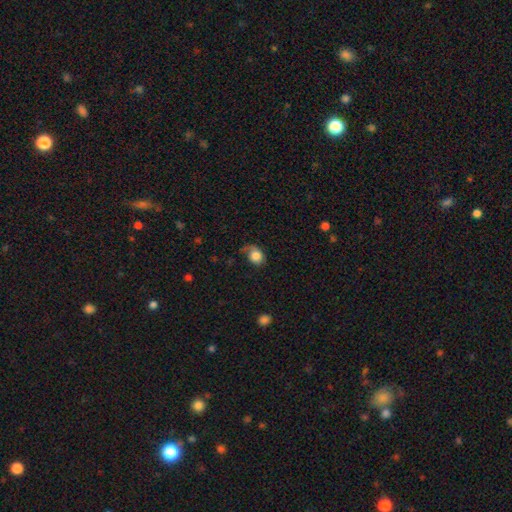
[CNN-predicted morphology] Smooth or featured: smooth — 77% (featured or disk — 15%)
How rounded: in between — 50% (round — 49%)
Merging: none — 43% (minor disturbance — 33%)